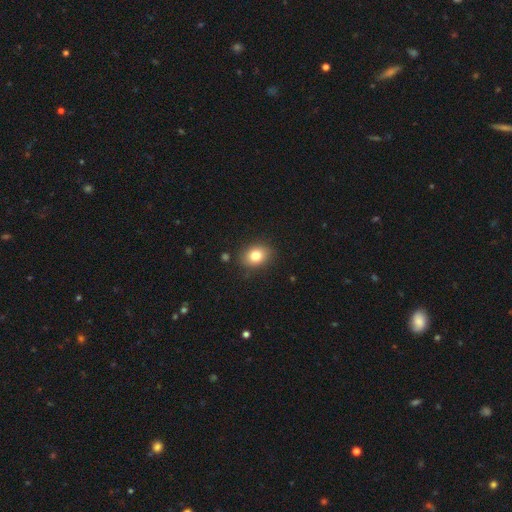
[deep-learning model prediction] Morphology: type=smooth (81%); roundness=in between (62%); merging=none (87%).